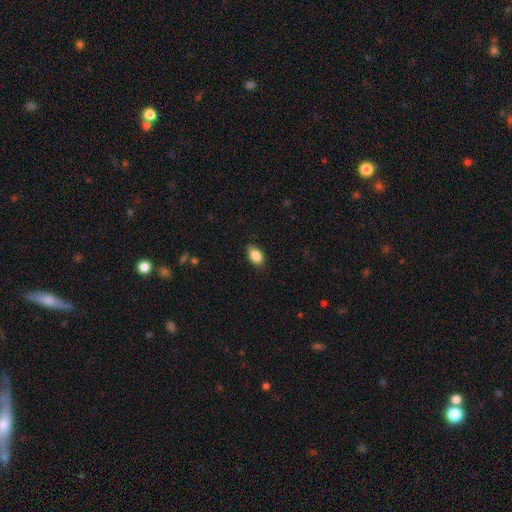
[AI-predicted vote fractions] A smooth galaxy with no disk features (86%) that is in between round and cigar-shaped (90%). Merging: none (86%).